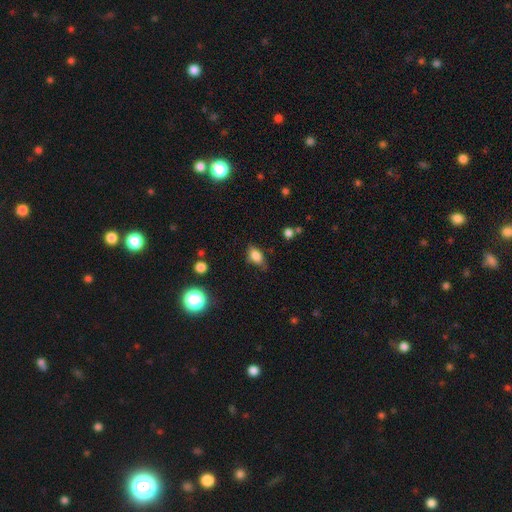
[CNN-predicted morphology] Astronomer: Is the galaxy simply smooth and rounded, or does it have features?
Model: smooth — 80%.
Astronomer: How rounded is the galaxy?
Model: in between — 82%.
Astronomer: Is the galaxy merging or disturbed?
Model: none — 64%.